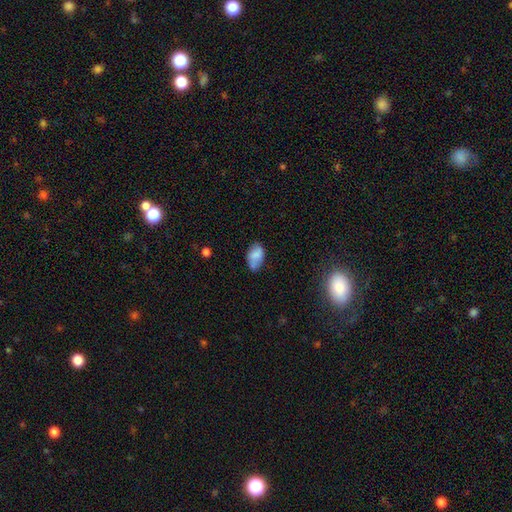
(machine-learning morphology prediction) smooth-or-featured: smooth: 75% | featured or disk: 16% | star or artifact: 9%
  how-rounded: in between: 91% | round: 8% | cigar-shaped: 2%
  merging: none: 56% | minor disturbance: 29% | major disturbance: 8% | merger: 7%